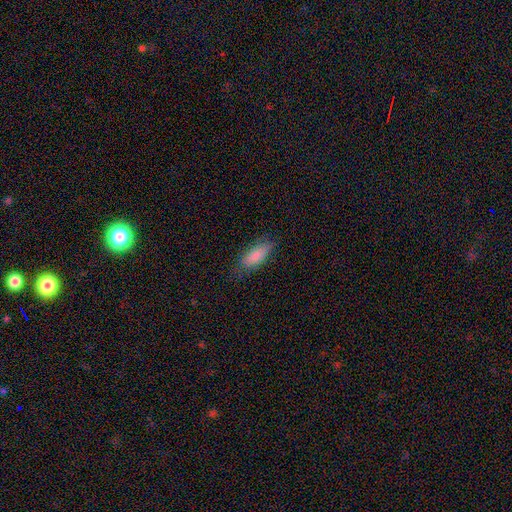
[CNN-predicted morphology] This is clearly a smooth galaxy (84%). How rounded: likely in between (76%). Merging: likely none (75%).